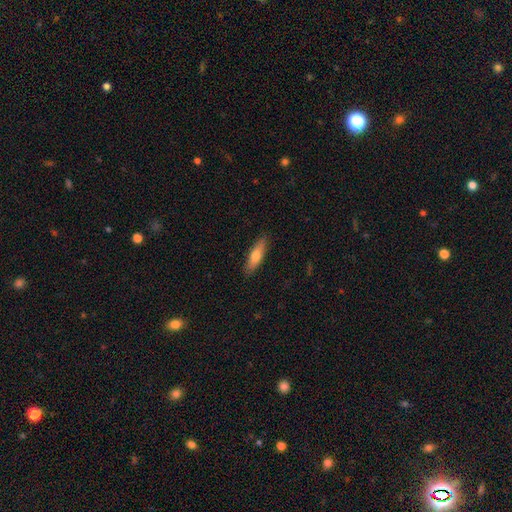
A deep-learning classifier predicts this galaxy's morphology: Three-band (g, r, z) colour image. It shows a smooth galaxy with no disk features (71%) that is cigar-shaped (63%). Merging: none (88%).